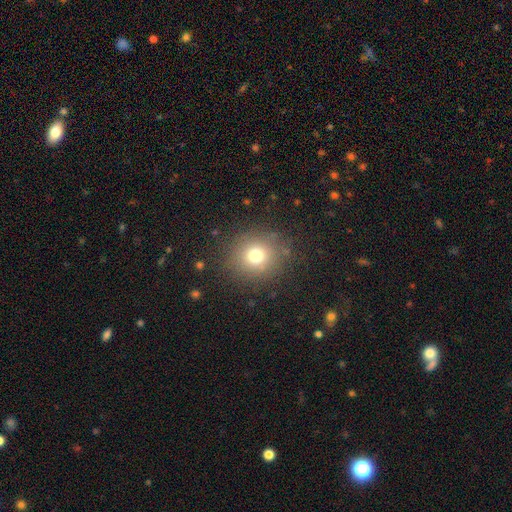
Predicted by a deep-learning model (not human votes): Smooth or featured?
  - smooth: 74% *
  - star or artifact: 16%
  - featured or disk: 11%
How rounded?
  - round: 85% *
  - in between: 15%
  - cigar-shaped: 1%
Merging?
  - none: 83% *
  - minor disturbance: 10%
  - major disturbance: 5%
  - merger: 2%